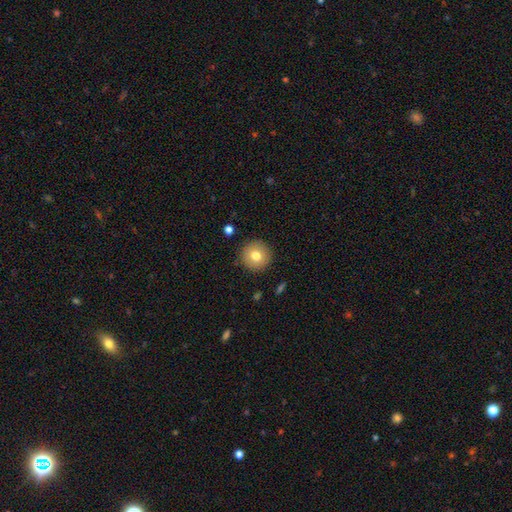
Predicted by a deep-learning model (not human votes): Smooth or featured? smooth (77%)
How rounded? round (95%)
Merging? none (91%)